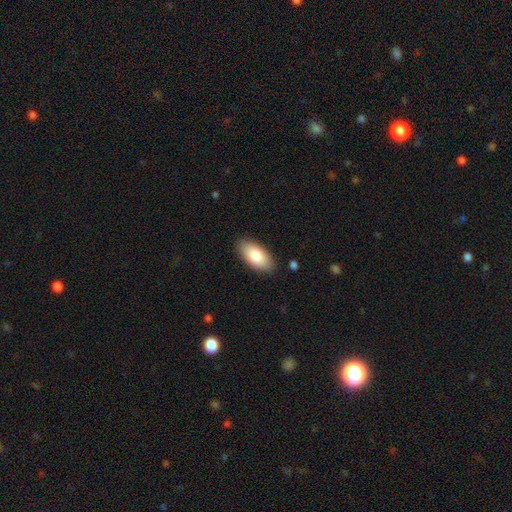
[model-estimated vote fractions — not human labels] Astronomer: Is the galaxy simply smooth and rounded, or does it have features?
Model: smooth — 83%.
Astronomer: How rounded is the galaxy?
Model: in between — 93%.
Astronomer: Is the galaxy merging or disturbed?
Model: none — 87%.